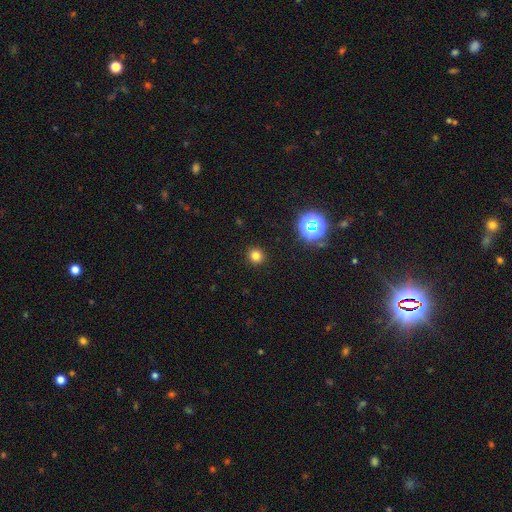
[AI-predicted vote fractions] Smooth or featured? smooth (76%)
How rounded? round (89%)
Merging? none (91%)